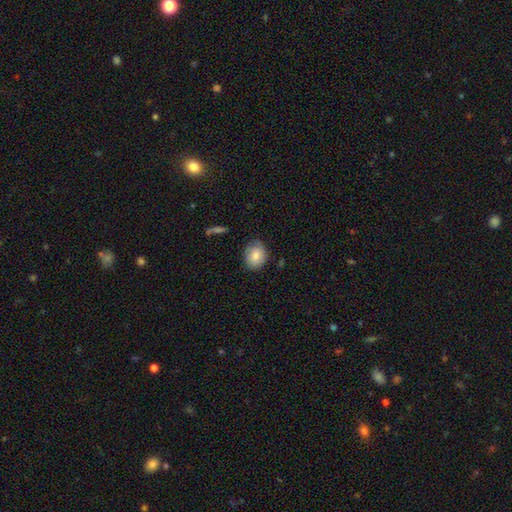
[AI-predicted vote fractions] Smooth or featured?
  - smooth: 80% *
  - featured or disk: 12%
  - star or artifact: 7%
How rounded?
  - round: 63% *
  - in between: 36%
  - cigar-shaped: 1%
Merging?
  - none: 77% *
  - minor disturbance: 18%
  - major disturbance: 3%
  - merger: 1%